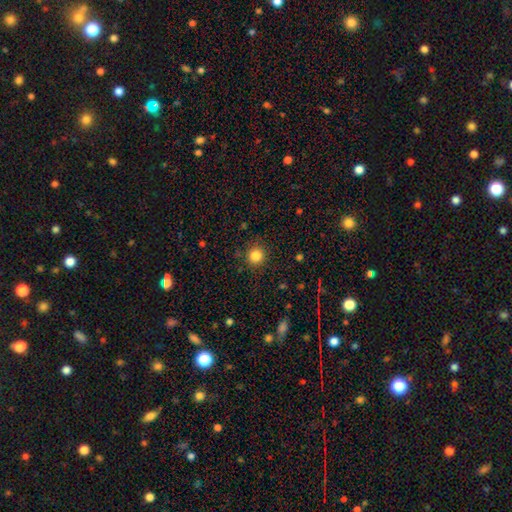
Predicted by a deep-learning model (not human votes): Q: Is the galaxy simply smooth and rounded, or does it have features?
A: smooth — 83%.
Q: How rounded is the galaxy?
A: round — 94%.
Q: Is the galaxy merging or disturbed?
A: none — 89%.